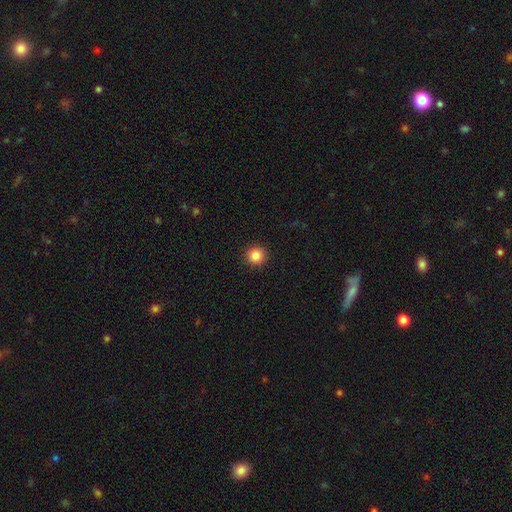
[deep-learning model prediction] smooth-or-featured: smooth: 85% | star or artifact: 11% | featured or disk: 4%
  how-rounded: round: 95% | in between: 4% | cigar-shaped: 1%
  merging: none: 93% | minor disturbance: 4% | major disturbance: 2% | merger: 1%